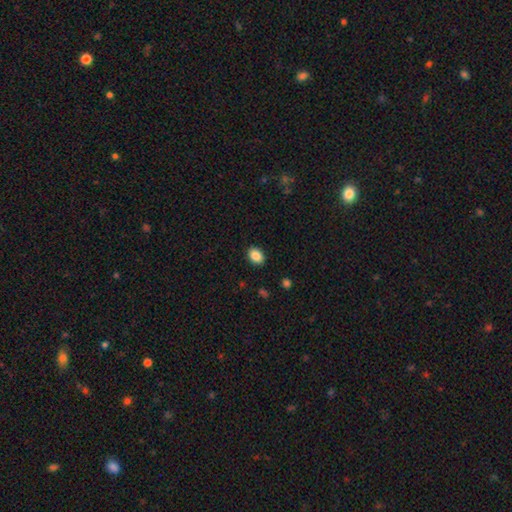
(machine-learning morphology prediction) This is clearly a smooth galaxy (87%). How rounded: likely in between (75%). Merging: clearly none (89%).